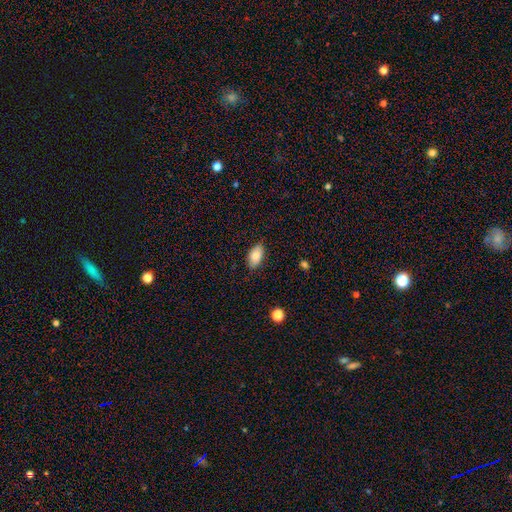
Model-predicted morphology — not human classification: smooth 85%, featured or disk 8%, star or artifact 7%. Down the decision tree: how rounded — in between (93%); merging — none (84%).